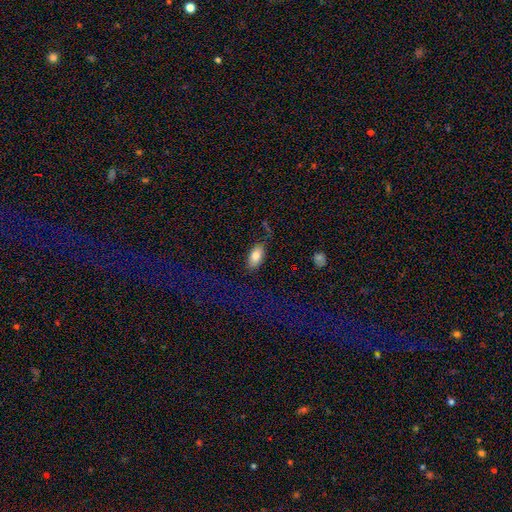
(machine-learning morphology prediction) smooth_or_featured: smooth (p=0.81) [alt: featured or disk p=0.12]
how_rounded: in between (p=0.92) [alt: cigar-shaped p=0.04]
merging: none (p=0.77) [alt: minor disturbance p=0.16]